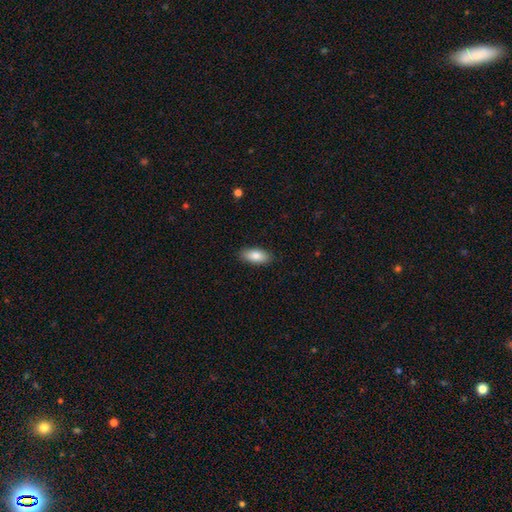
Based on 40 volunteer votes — smooth_or_featured: smooth (p=0.90) [alt: featured or disk p=0.07]
how_rounded: in between (p=0.89) [alt: round p=0.08]
merging: none (p=1.00)